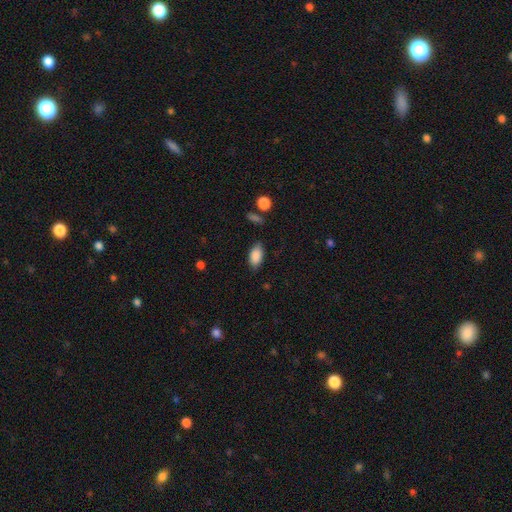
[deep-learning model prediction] smooth 87%, star or artifact 7%, featured or disk 6%. Down the decision tree: how rounded — in between (92%); merging — none (81%).